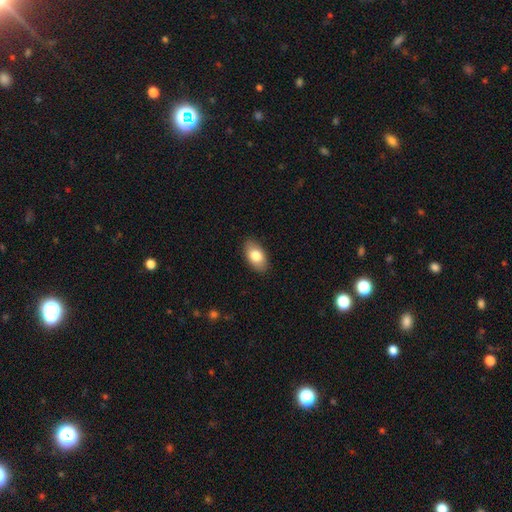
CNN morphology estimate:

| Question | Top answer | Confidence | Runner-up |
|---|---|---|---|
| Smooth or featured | smooth | 80% | featured or disk (13%) |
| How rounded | in between | 93% | round (5%) |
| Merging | none | 88% | minor disturbance (9%) |